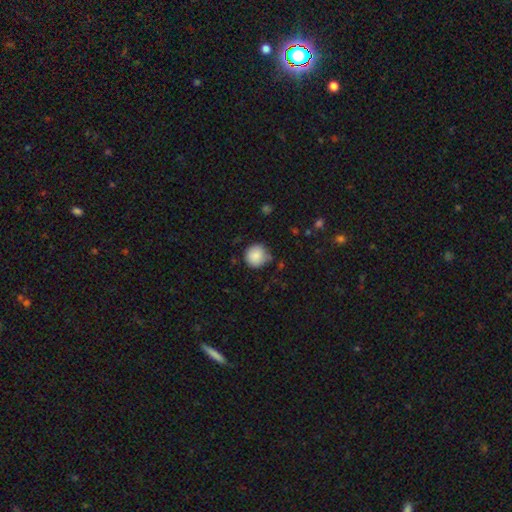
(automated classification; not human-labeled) Q: Smooth or featured?
A: smooth (87%); runner-up: star or artifact (8%)
Q: How rounded?
A: round (93%); runner-up: in between (6%)
Q: Merging?
A: none (79%); runner-up: minor disturbance (15%)